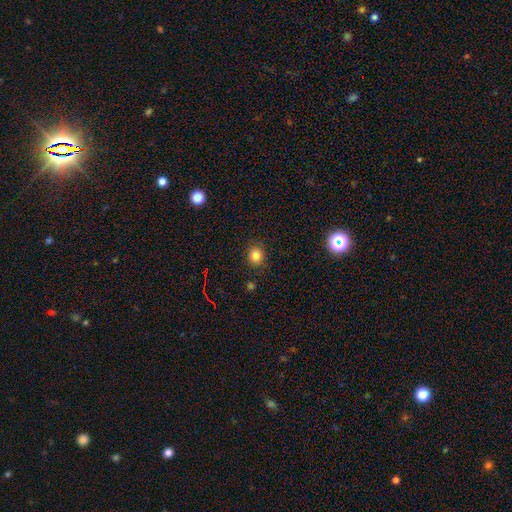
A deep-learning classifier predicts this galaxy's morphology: This is clearly a smooth galaxy (82%). How rounded: likely round (80%). Merging: clearly none (87%).